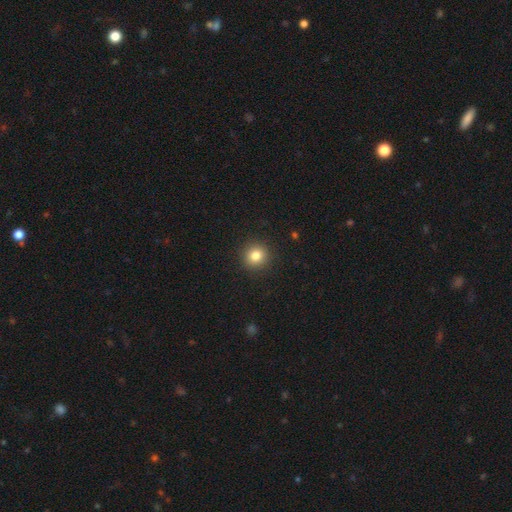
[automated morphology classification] smooth 82%, star or artifact 11%, featured or disk 6%. Down the decision tree: how rounded — round (91%); merging — none (92%).